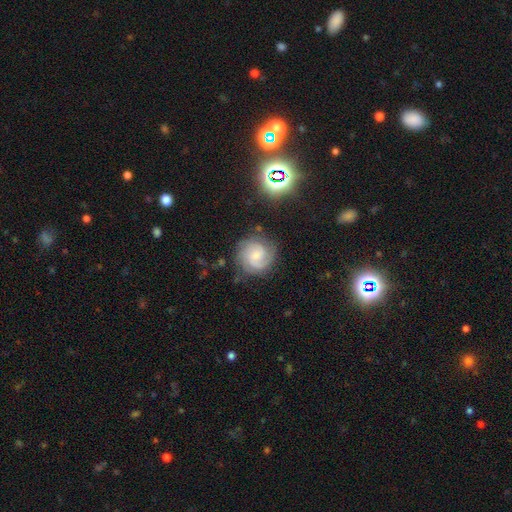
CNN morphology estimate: The model was most divided on "spiral winding": tight: 50%, medium: 39%, loose: 11%. Remaining: edge-on disk — no (98%); spiral arms — yes (95%); merging — none (74%); smooth or featured — featured or disk (74%); bulge size — small (65%); bar — no (60%); spiral arm count — 2 (47%).